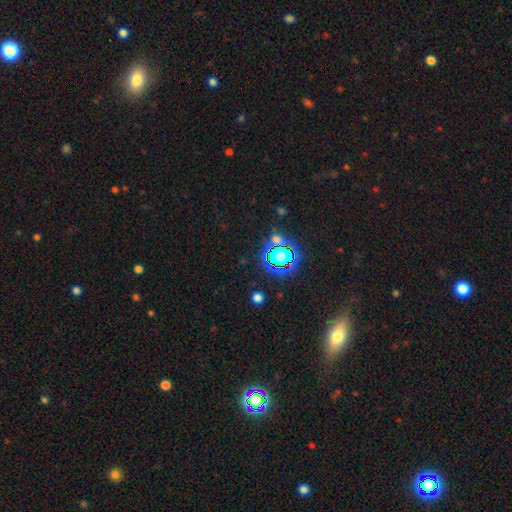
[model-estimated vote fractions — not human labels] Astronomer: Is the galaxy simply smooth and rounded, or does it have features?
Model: star or artifact — 67%.